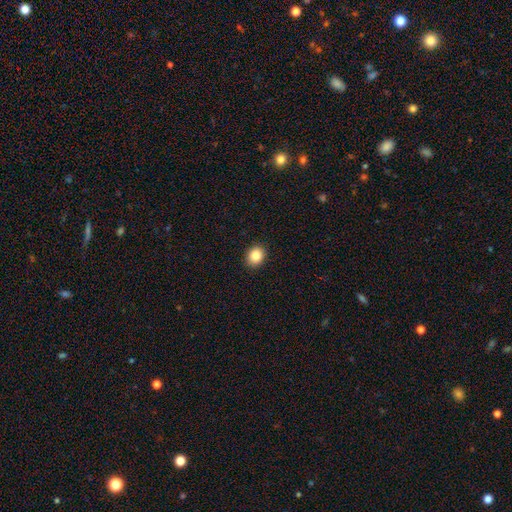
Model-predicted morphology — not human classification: A smooth galaxy with no disk features (86%) that is round (59%).

Vote fractions:
- Smooth or featured? smooth: 86% / star or artifact: 9% / featured or disk: 5%
- How rounded? round: 59% / in between: 40% / cigar-shaped: 1%
- Merging? none: 91% / minor disturbance: 6% / major disturbance: 2% / merger: 1%